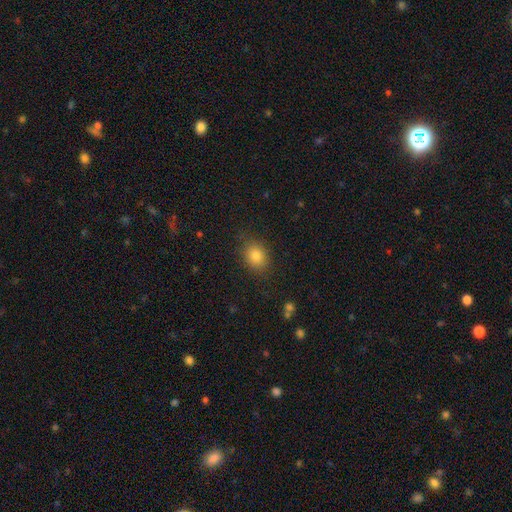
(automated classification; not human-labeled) smooth_or_featured: smooth (p=0.82) [alt: star or artifact p=0.12]
how_rounded: in between (p=0.55) [alt: round p=0.44]
merging: none (p=0.86) [alt: minor disturbance p=0.10]